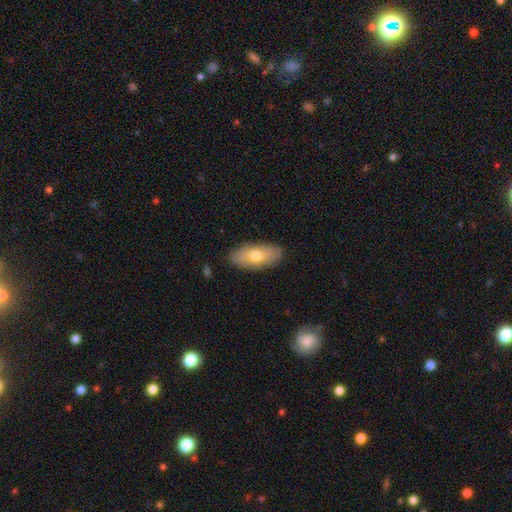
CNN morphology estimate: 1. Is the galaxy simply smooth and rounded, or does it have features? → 65% smooth, 29% featured or disk, 6% star or artifact.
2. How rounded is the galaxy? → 85% in between, 12% cigar-shaped, 3% round.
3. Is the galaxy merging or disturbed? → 85% none, 11% minor disturbance, 2% major disturbance, 1% merger.